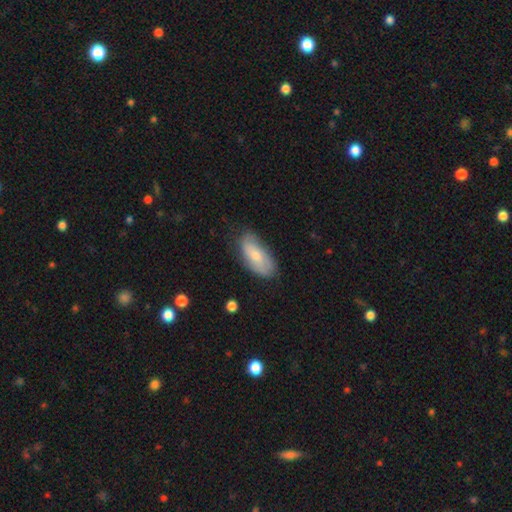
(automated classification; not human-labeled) Smooth or featured?
  - smooth: 62% *
  - featured or disk: 32%
  - star or artifact: 6%
How rounded?
  - in between: 89% *
  - cigar-shaped: 8%
  - round: 3%
Merging?
  - none: 70% *
  - minor disturbance: 23%
  - major disturbance: 5%
  - merger: 1%